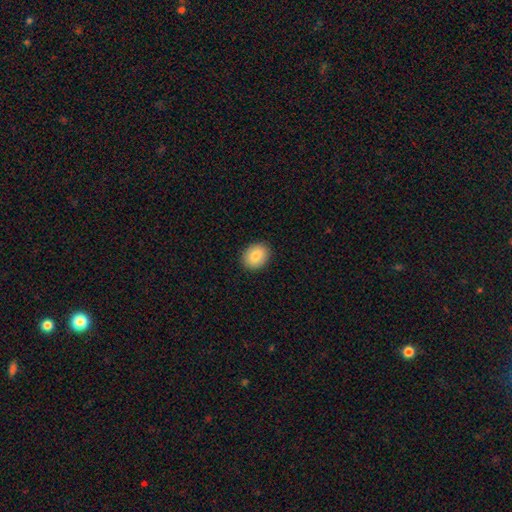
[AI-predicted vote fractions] Smooth or featured? Predicted: smooth (p=0.84). How rounded? Predicted: round (p=0.50). Merging? Predicted: none (p=0.90).